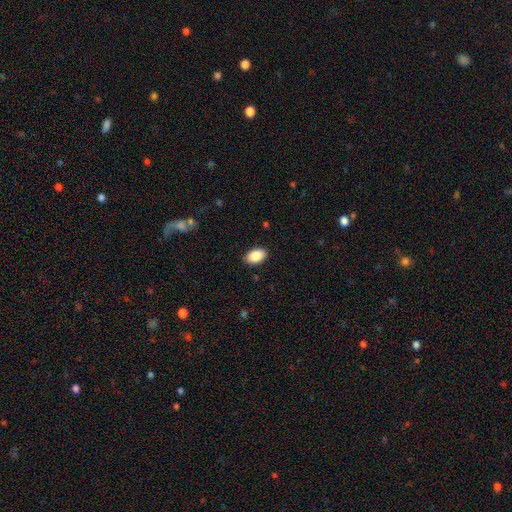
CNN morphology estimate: This appears to be a smooth galaxy with no disk features (88%) that is in between round and cigar-shaped (91%). Merging: none (88%).